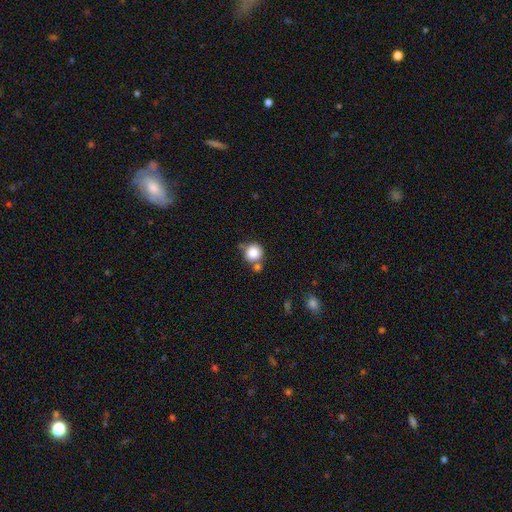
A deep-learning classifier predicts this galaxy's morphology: smooth 83%, star or artifact 10%, featured or disk 7%. Down the decision tree: how rounded — round (93%); merging — none (67%).